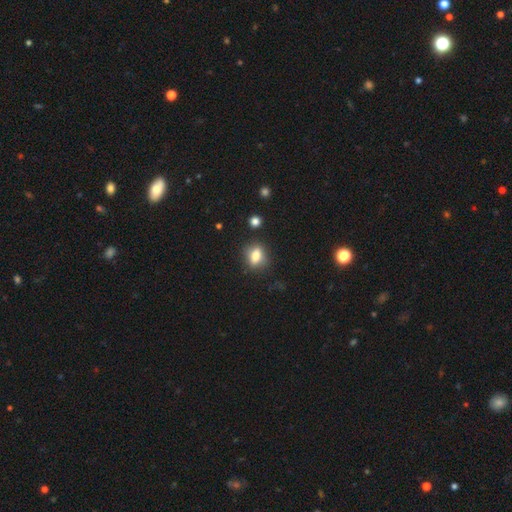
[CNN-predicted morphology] type=smooth (78%); roundness=in between (67%); merging=none (79%).